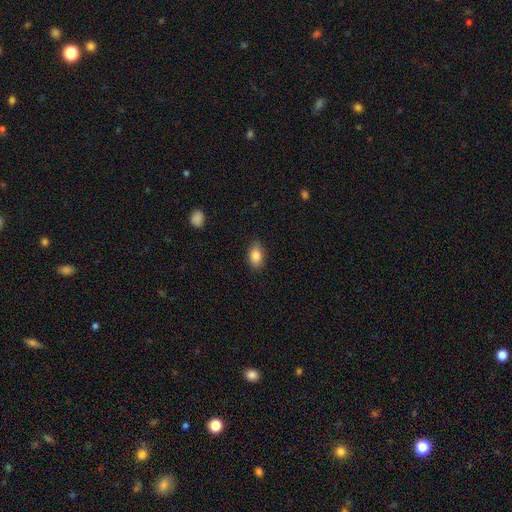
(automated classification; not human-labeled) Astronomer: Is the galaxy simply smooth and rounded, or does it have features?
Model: smooth — 85%.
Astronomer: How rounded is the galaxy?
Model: in between — 87%.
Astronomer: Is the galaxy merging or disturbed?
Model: none — 82%.